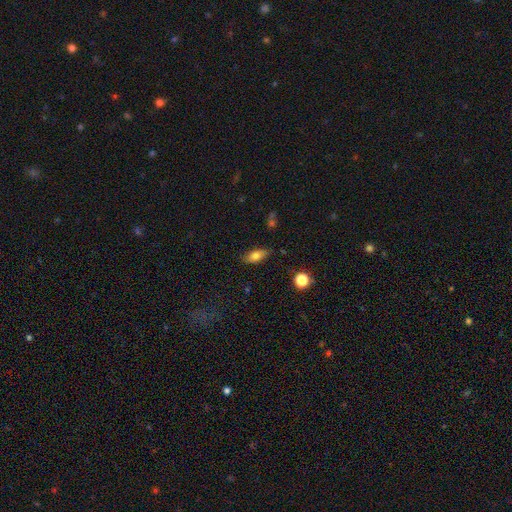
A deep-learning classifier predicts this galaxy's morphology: This appears to be a smooth galaxy with no disk features (75%) that is in between round and cigar-shaped (83%). Merging: none (82%).